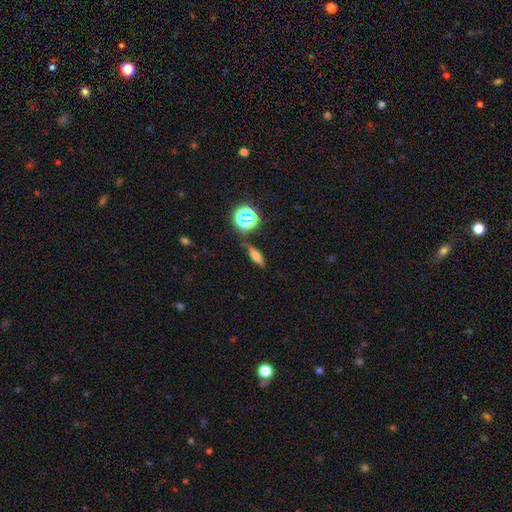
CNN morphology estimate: smooth_or_featured: smooth (p=0.56) [alt: featured or disk p=0.26]
how_rounded: cigar-shaped (p=0.49) [alt: in between p=0.41]
merging: none (p=0.76) [alt: minor disturbance p=0.15]